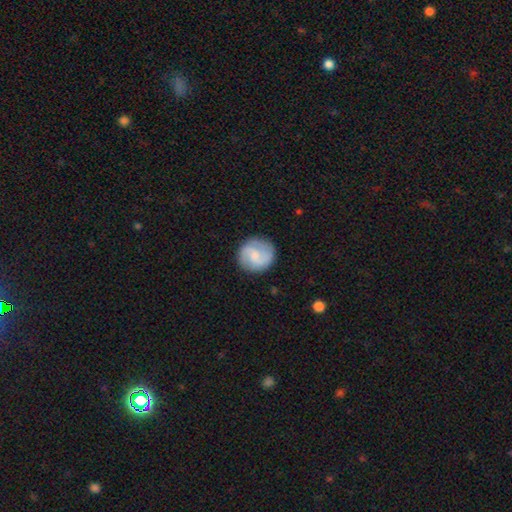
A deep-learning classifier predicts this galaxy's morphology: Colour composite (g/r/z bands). It shows a featured or disk galaxy (64%) with a weak bar (49%), 2 (77%) medium (47%) spiral arms (94%) and a small central bulge (42%). Merging: none (84%).